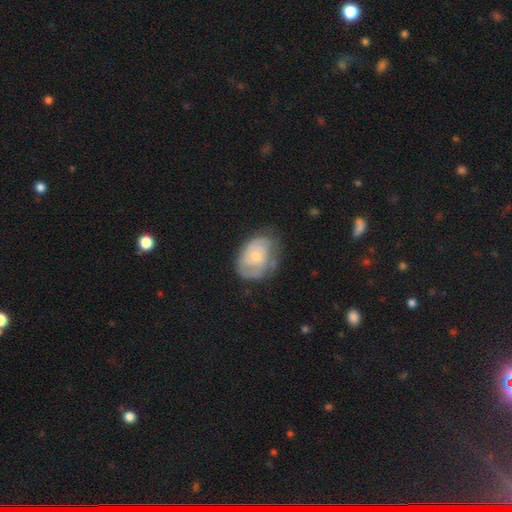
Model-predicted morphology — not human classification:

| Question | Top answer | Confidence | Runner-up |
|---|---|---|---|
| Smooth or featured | featured or disk | 57% | smooth (37%) |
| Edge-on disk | no | 97% | yes (3%) |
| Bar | no | 75% | weak (22%) |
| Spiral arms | yes | 76% | no (24%) |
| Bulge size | small | 58% | moderate (32%) |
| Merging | none | 57% | minor disturbance (29%) |